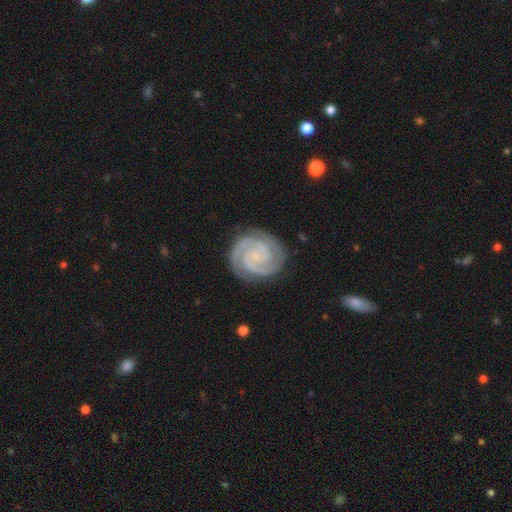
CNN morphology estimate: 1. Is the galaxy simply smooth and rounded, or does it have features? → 93% featured or disk, 4% star or artifact, 3% smooth.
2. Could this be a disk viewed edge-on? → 98% no, 2% yes.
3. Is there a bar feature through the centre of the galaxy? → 65% no, 25% weak, 10% strong.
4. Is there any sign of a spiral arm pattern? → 99% yes, 1% no.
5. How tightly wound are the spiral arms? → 79% tight, 19% medium, 2% loose.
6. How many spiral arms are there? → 87% 2, 7% 3, 2% can't tell, 1% 4, 1% 1, 1% more than 4.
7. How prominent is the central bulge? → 75% small, 16% none, 7% moderate, 1% large, 1% dominant.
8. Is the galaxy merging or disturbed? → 85% none, 11% minor disturbance, 3% major disturbance, 1% merger.